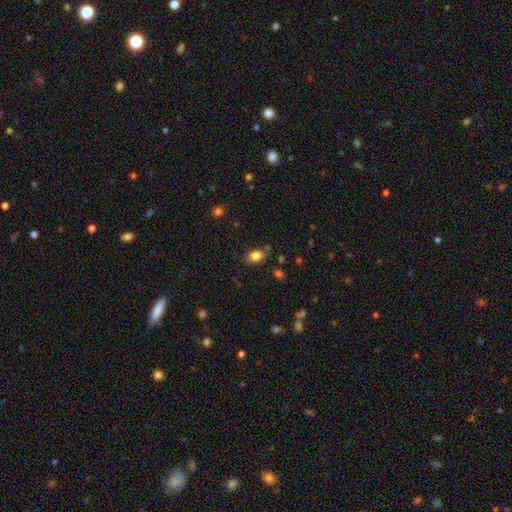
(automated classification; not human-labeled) This appears to be a smooth galaxy with no disk features (83%) that is in between round and cigar-shaped (77%). Merging: none (79%).